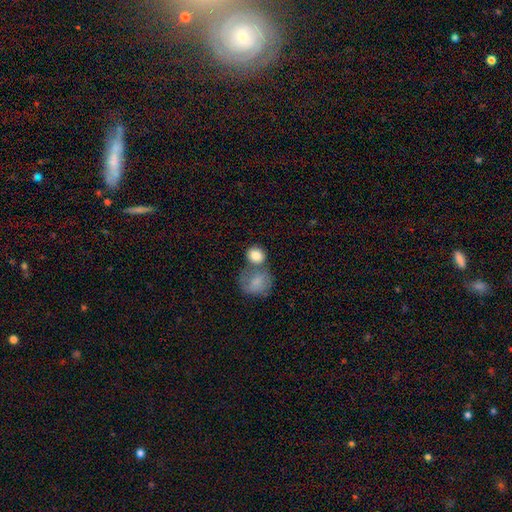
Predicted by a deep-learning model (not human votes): Q: Smooth or featured?
A: smooth (84%); runner-up: featured or disk (9%)
Q: How rounded?
A: round (69%); runner-up: in between (29%)
Q: Merging?
A: none (43%); runner-up: merger (40%)